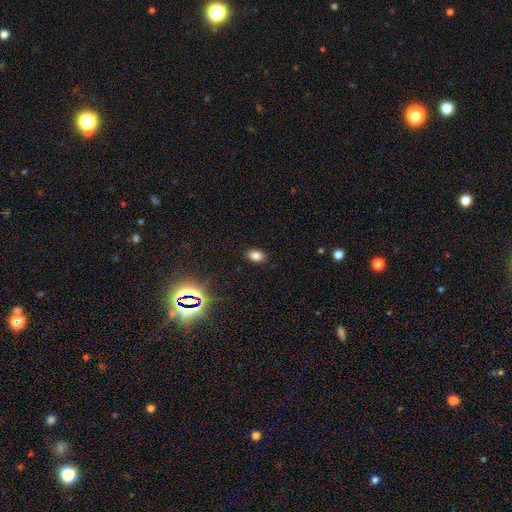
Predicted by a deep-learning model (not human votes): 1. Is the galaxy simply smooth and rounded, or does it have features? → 80% smooth, 15% star or artifact, 5% featured or disk.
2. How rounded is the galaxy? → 83% in between, 16% round, 1% cigar-shaped.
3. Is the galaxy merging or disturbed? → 88% none, 9% minor disturbance, 2% major disturbance, 1% merger.